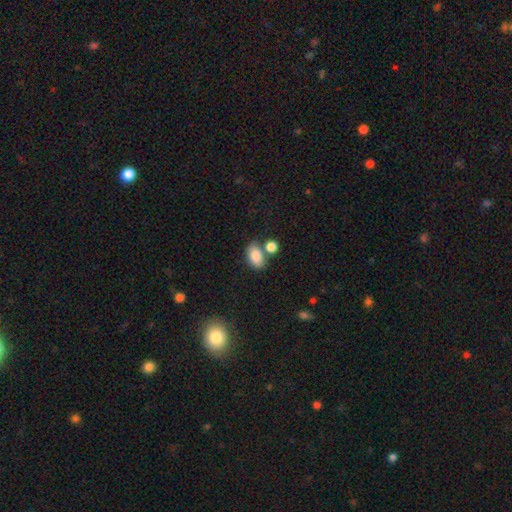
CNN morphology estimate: Smooth or featured?
  - smooth: 84% *
  - star or artifact: 8%
  - featured or disk: 8%
How rounded?
  - in between: 86% *
  - round: 12%
  - cigar-shaped: 2%
Merging?
  - none: 56% *
  - merger: 25%
  - minor disturbance: 15%
  - major disturbance: 5%